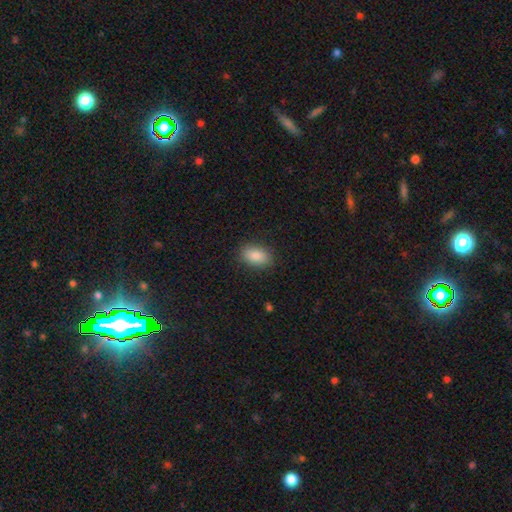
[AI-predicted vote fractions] The model was most divided on "merging": none: 87%, minor disturbance: 9%, major disturbance: 3%, merger: 1%. More confident: how rounded — in between (90%); smooth or featured — smooth (89%).